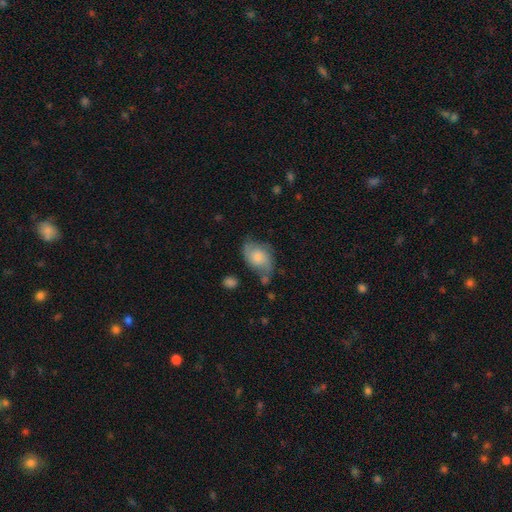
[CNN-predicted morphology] Q: Smooth or featured?
A: featured or disk (57%); runner-up: smooth (30%)
Q: Edge-on disk?
A: no (95%); runner-up: yes (5%)
Q: Bar?
A: no (71%); runner-up: weak (24%)
Q: Spiral arms?
A: yes (86%); runner-up: no (14%)
Q: Bulge size?
A: moderate (47%); runner-up: small (31%)
Q: Merging?
A: none (65%); runner-up: minor disturbance (22%)